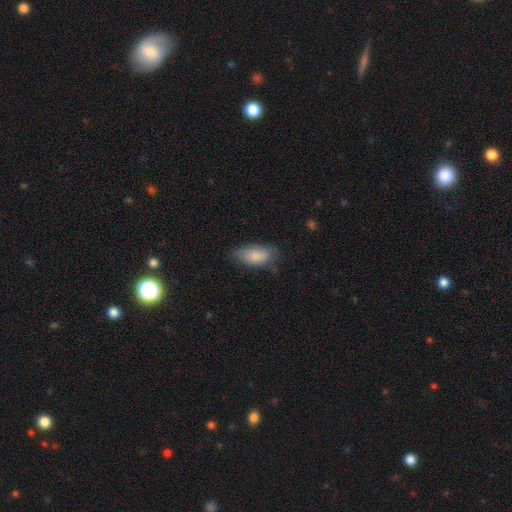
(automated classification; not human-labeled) Smooth or featured? smooth (83%)
How rounded? in between (88%)
Merging? none (60%)